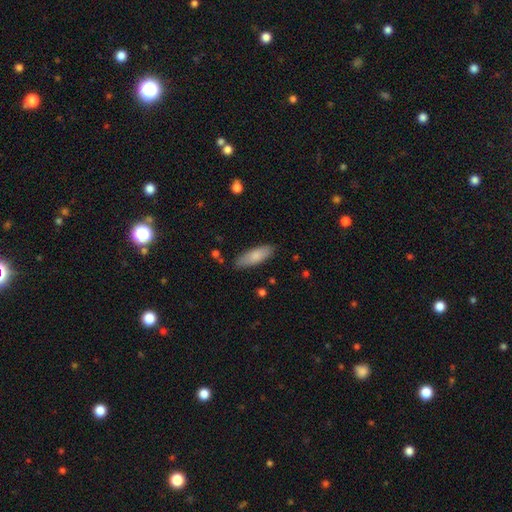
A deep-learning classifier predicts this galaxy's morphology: smooth-or-featured: smooth: 81% | featured or disk: 13% | star or artifact: 6%
  how-rounded: in between: 63% | cigar-shaped: 35% | round: 2%
  merging: none: 83% | minor disturbance: 13% | major disturbance: 2% | merger: 2%